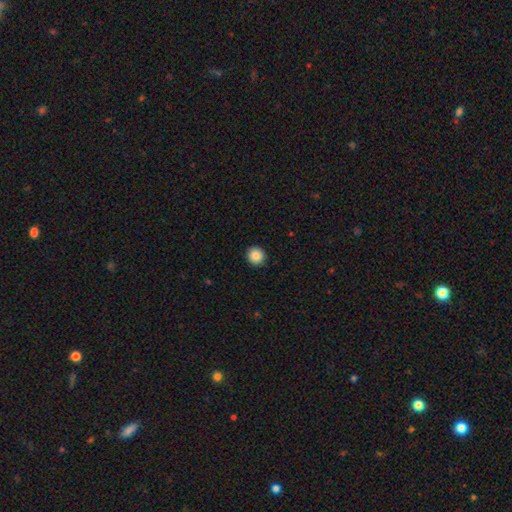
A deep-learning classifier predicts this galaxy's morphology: A smooth galaxy with no disk features (87%) that is round (93%).

Vote fractions:
- Smooth or featured? smooth: 87% / star or artifact: 9% / featured or disk: 4%
- How rounded? round: 93% / in between: 6% / cigar-shaped: 1%
- Merging? none: 93% / minor disturbance: 5% / major disturbance: 2% / merger: 1%